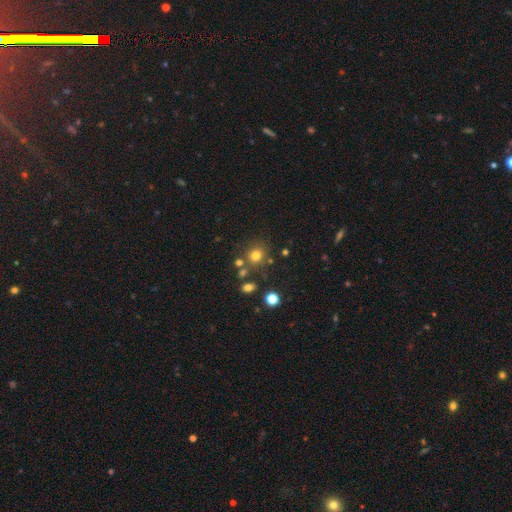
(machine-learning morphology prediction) Smooth or featured: smooth — 74% (star or artifact — 17%)
How rounded: round — 82% (in between — 17%)
Merging: none — 73% (merger — 11%)